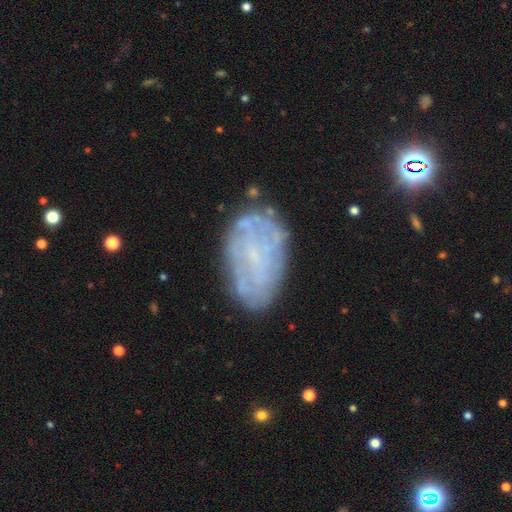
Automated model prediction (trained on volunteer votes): This appears to be a featured or disk galaxy (61%) with no bar (62%), no spiral arms (51%) and a small central bulge (46%). Merging: none (71%).